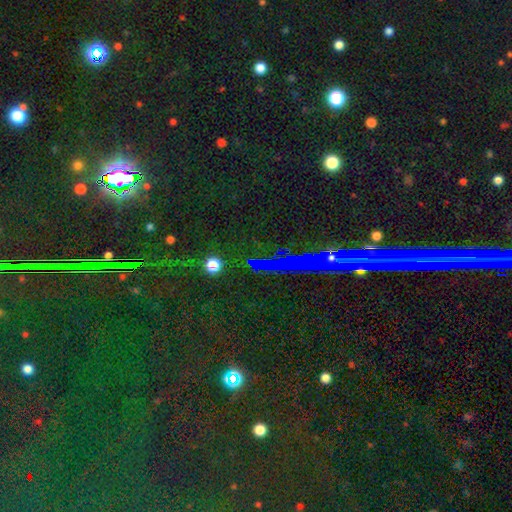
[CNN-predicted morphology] Smooth or featured: star or artifact — 74% (smooth — 13%)